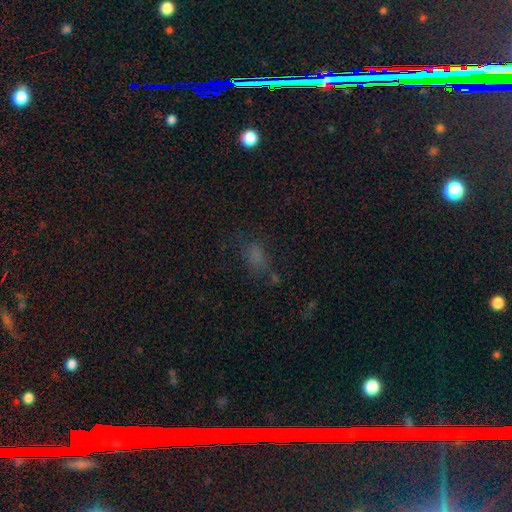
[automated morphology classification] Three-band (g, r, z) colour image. It shows a smooth galaxy with no disk features (67%) that is in between round and cigar-shaped (78%). Merging: none (59%).